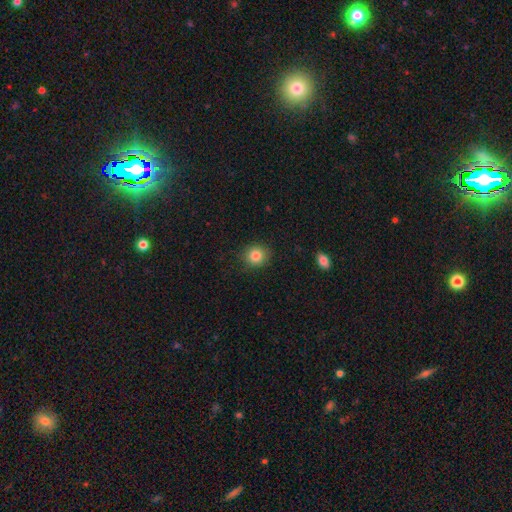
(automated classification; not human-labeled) smooth_or_featured: smooth (p=0.83) [alt: star or artifact p=0.10]
how_rounded: round (p=0.87) [alt: in between p=0.12]
merging: none (p=0.89) [alt: minor disturbance p=0.07]